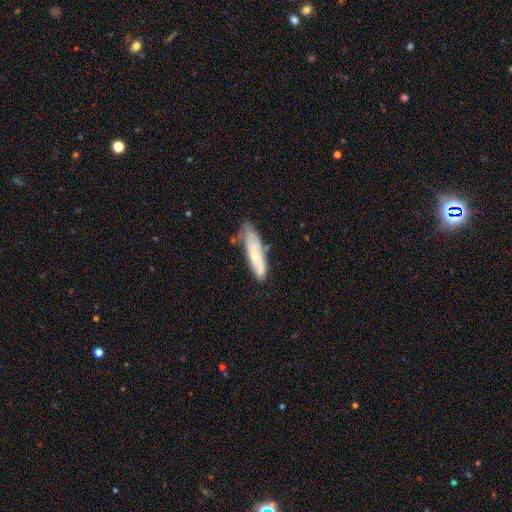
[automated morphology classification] type=smooth (54%); roundness=cigar-shaped (68%); merging=none (60%).